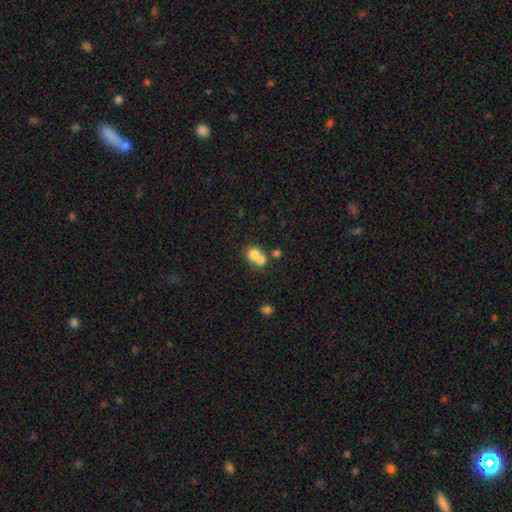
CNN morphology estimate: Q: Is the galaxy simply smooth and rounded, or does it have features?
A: smooth — 72%.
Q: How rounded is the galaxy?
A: round — 74%.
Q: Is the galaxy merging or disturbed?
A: merger — 62%.